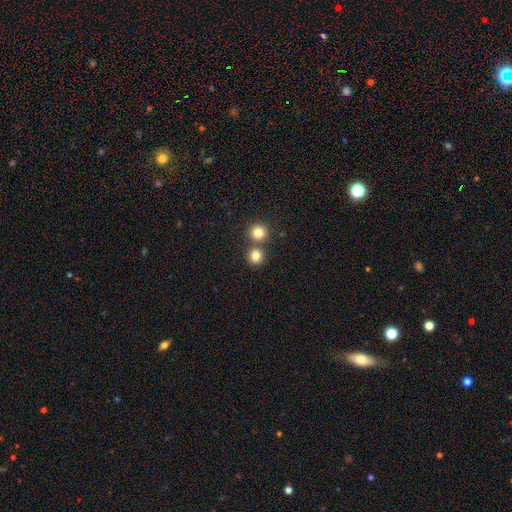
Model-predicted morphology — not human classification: Smooth or featured? Predicted: smooth (p=0.81). How rounded? Predicted: round (p=0.90). Merging? Predicted: none (p=0.69).